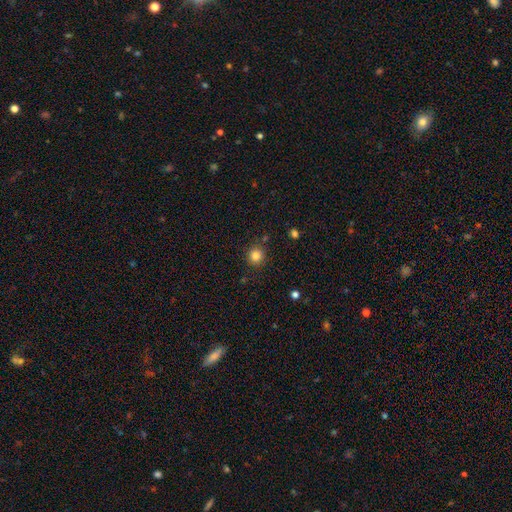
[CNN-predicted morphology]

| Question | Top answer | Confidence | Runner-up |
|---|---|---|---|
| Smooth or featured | smooth | 83% | star or artifact (12%) |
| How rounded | round | 92% | in between (7%) |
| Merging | none | 86% | minor disturbance (8%) |